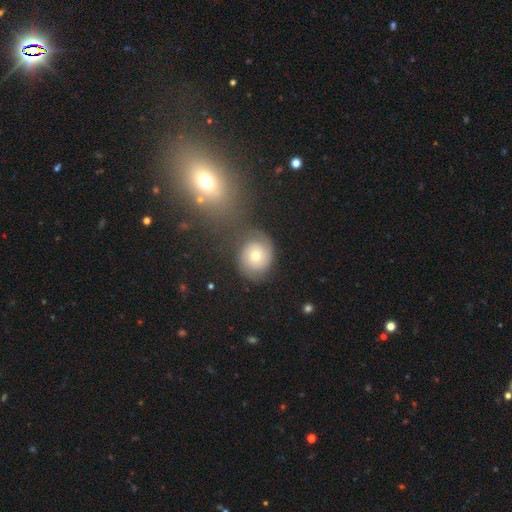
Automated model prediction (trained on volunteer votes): Smooth or featured? Predicted: featured or disk (p=0.46). Merging? Predicted: none (p=0.66).